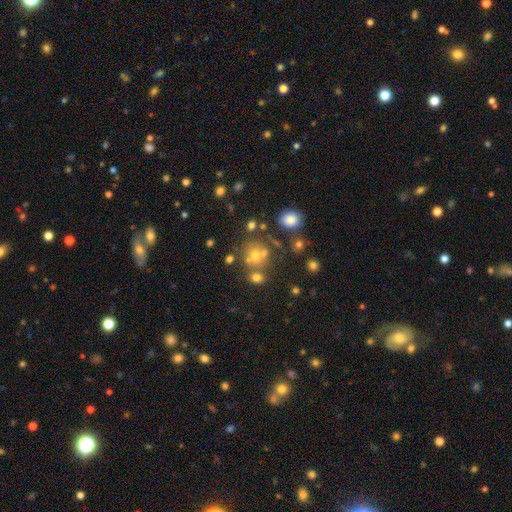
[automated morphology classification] type=smooth (62%); roundness=round (78%); merging=none (51%).